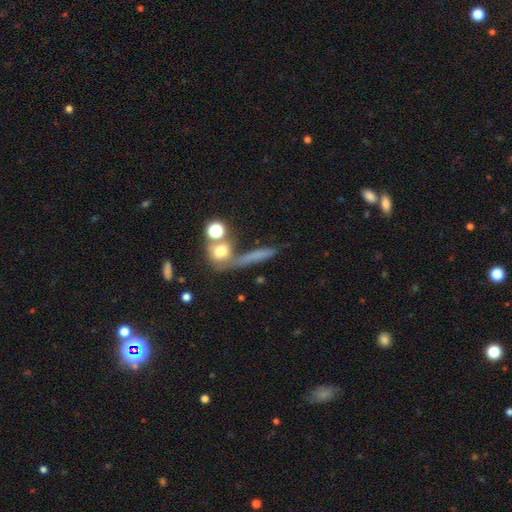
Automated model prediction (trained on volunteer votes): This is possibly a smooth galaxy (54%). How rounded: possibly cigar-shaped (52%). Merging: possibly none (47%).